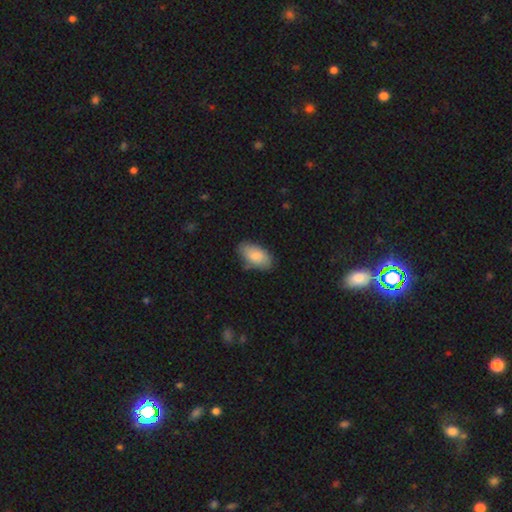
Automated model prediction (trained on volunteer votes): Smooth or featured: smooth — 77% (featured or disk — 17%)
How rounded: in between — 94% (round — 3%)
Merging: none — 72% (minor disturbance — 22%)